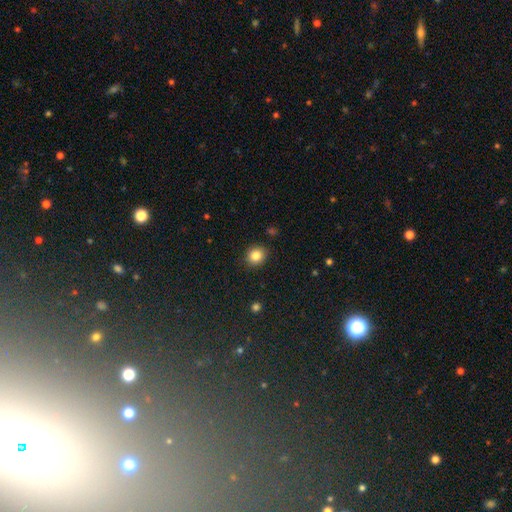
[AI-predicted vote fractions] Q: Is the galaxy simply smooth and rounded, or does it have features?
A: smooth — 84%.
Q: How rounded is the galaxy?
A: round — 78%.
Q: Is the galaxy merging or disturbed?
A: none — 90%.